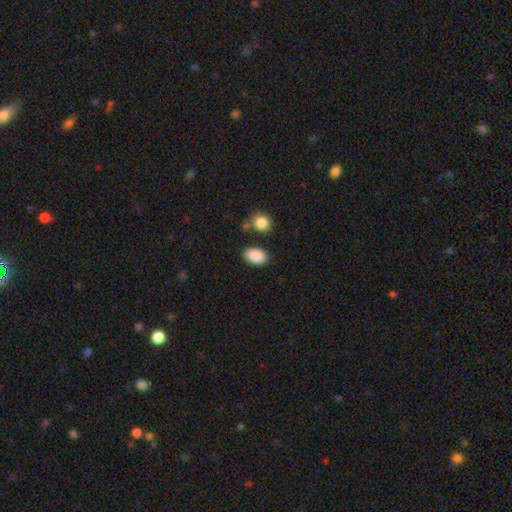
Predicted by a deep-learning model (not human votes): This appears to be a smooth galaxy with no disk features (89%) that is in between round and cigar-shaped (89%). Merging: none (77%).